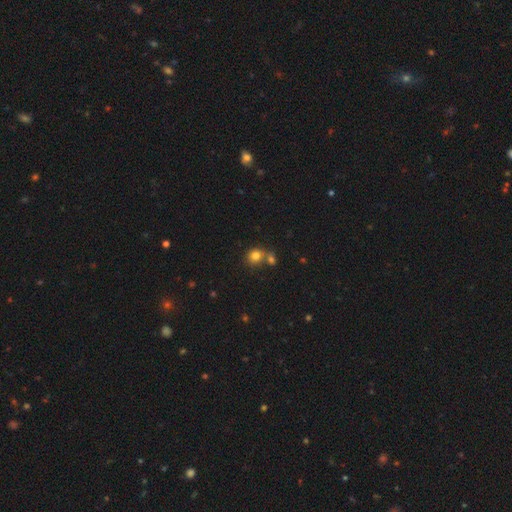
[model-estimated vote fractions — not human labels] This is likely a smooth galaxy (80%). How rounded: likely round (75%). Merging: possibly none (52%).